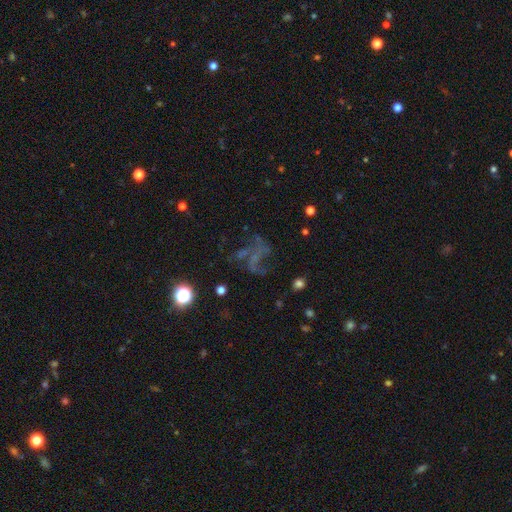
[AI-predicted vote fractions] A featured or disk galaxy (49%).

Vote fractions:
- Smooth or featured? featured or disk: 49% / star or artifact: 32% / smooth: 19%
- Merging? none: 45% / major disturbance: 33% / minor disturbance: 15% / merger: 7%